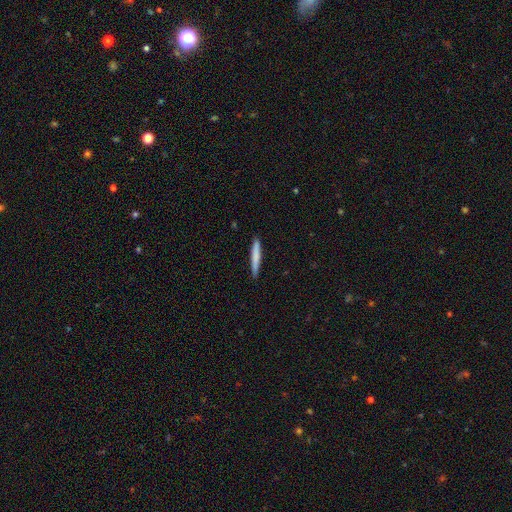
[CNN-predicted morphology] type=smooth (73%); roundness=cigar-shaped (95%); merging=none (89%).